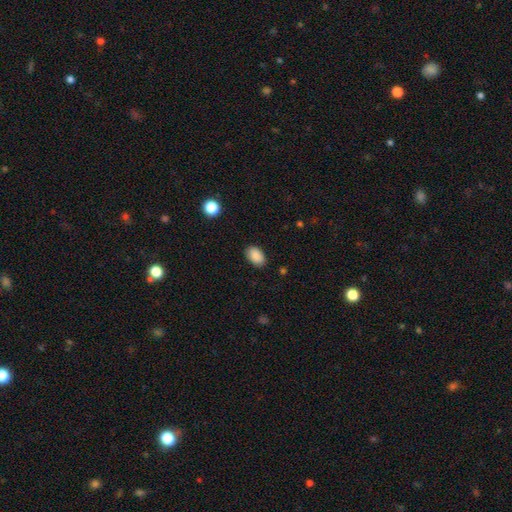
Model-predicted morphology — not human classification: Smooth or featured?
  - smooth: 89% *
  - star or artifact: 7%
  - featured or disk: 3%
How rounded?
  - in between: 91% *
  - round: 8%
  - cigar-shaped: 1%
Merging?
  - none: 87% *
  - minor disturbance: 9%
  - major disturbance: 2%
  - merger: 1%